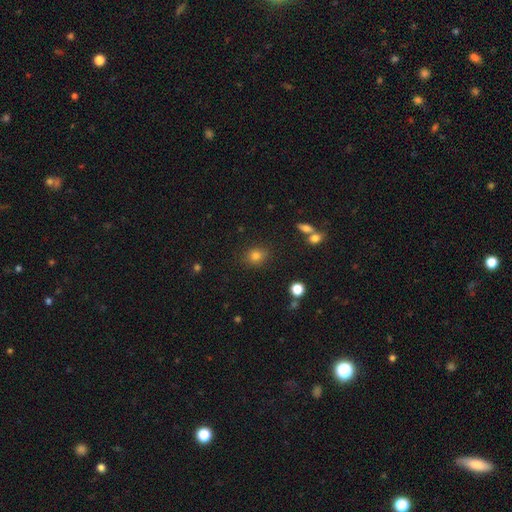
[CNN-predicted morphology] Smooth or featured?
  - smooth: 80% *
  - star or artifact: 13%
  - featured or disk: 7%
How rounded?
  - round: 73% *
  - in between: 26%
  - cigar-shaped: 1%
Merging?
  - none: 85% *
  - minor disturbance: 9%
  - major disturbance: 3%
  - merger: 3%